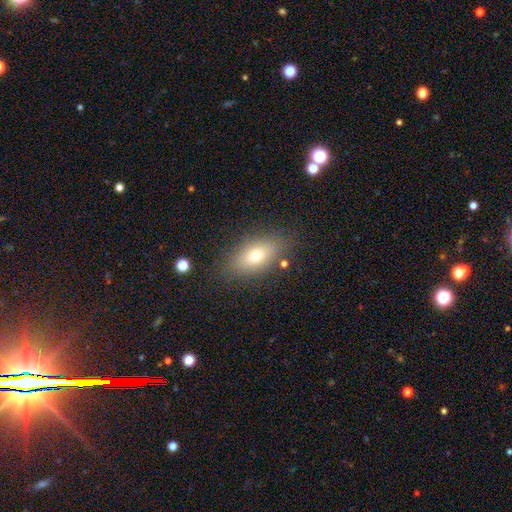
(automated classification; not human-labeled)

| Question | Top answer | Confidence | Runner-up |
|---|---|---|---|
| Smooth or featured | smooth | 69% | featured or disk (21%) |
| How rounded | in between | 82% | cigar-shaped (11%) |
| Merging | none | 83% | minor disturbance (11%) |